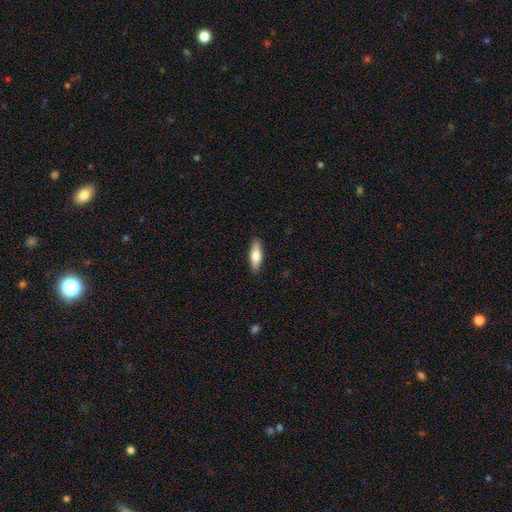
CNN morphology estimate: This is likely a smooth galaxy (68%). How rounded: possibly in between (51%). Merging: clearly none (89%).